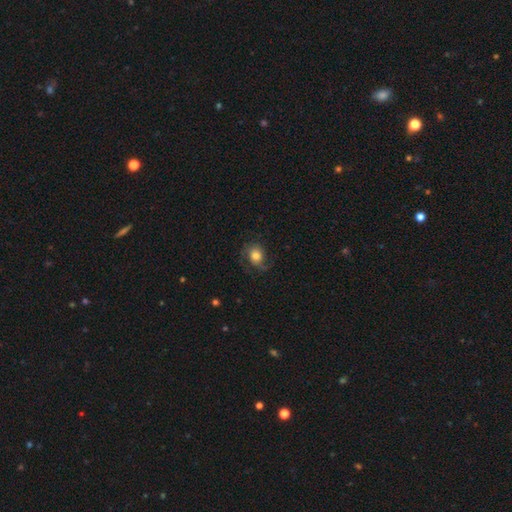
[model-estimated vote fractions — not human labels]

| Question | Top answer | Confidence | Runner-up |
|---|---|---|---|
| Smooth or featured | featured or disk | 47% | smooth (43%) |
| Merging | none | 64% | minor disturbance (19%) |